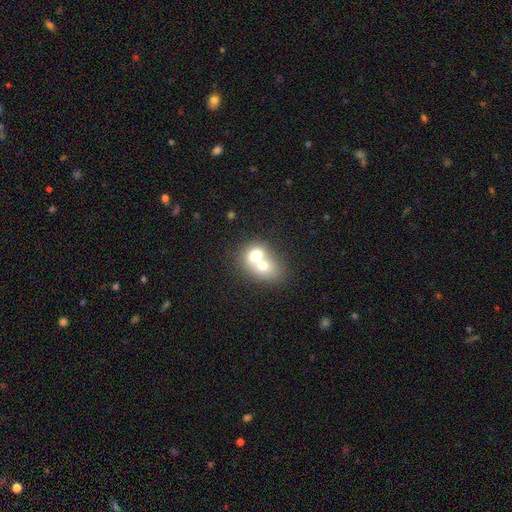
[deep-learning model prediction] Smooth or featured? smooth (67%)
How rounded? in between (51%)
Merging? merger (74%)